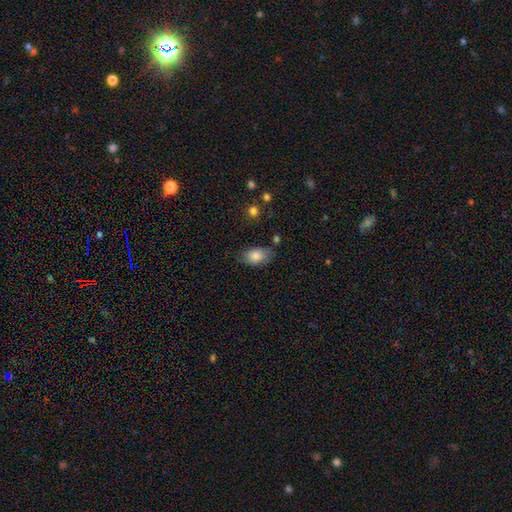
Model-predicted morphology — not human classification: Overall: smooth (83%). How rounded: in between (89%). Merging: none (67%).